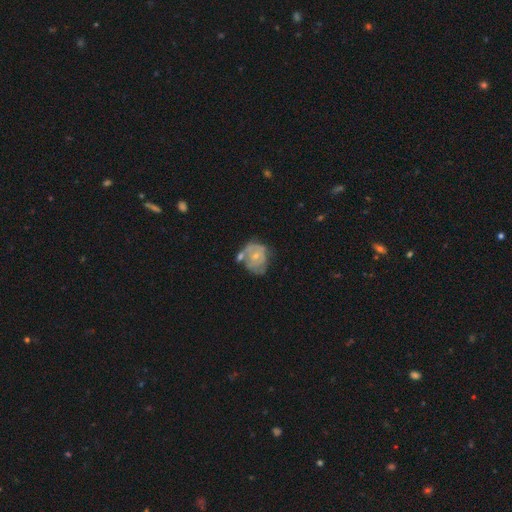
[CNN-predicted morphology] Q: Smooth or featured?
A: featured or disk (62%); runner-up: smooth (31%)
Q: Edge-on disk?
A: no (98%); runner-up: yes (2%)
Q: Bar?
A: no (76%); runner-up: weak (21%)
Q: Spiral arms?
A: yes (61%); runner-up: no (39%)
Q: Bulge size?
A: small (62%); runner-up: moderate (33%)
Q: Merging?
A: none (32%); runner-up: merger (28%)